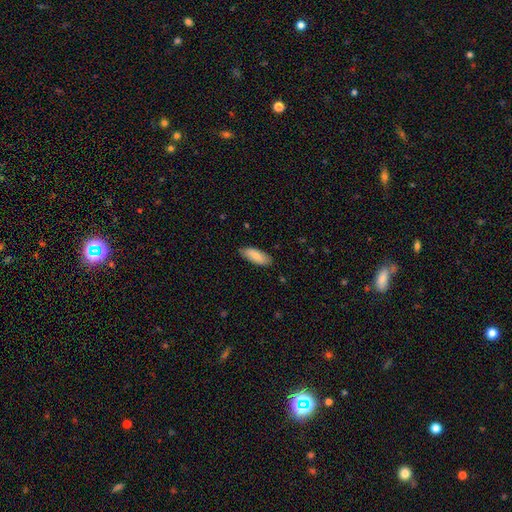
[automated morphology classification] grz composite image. It shows a smooth galaxy with no disk features (83%) that is in between round and cigar-shaped (78%). Merging: none (85%).